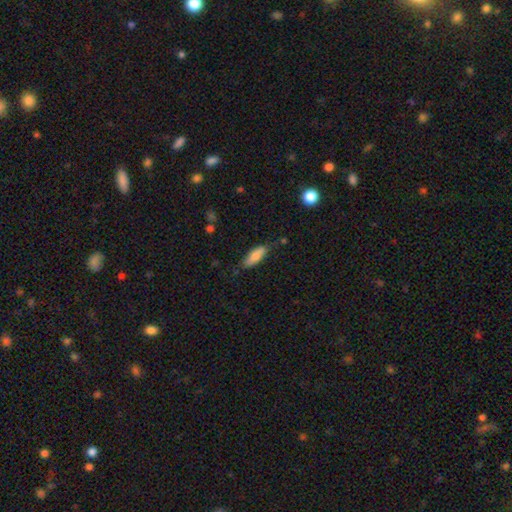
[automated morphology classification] This is likely a smooth galaxy (78%). How rounded: likely in between (63%). Merging: likely none (70%).